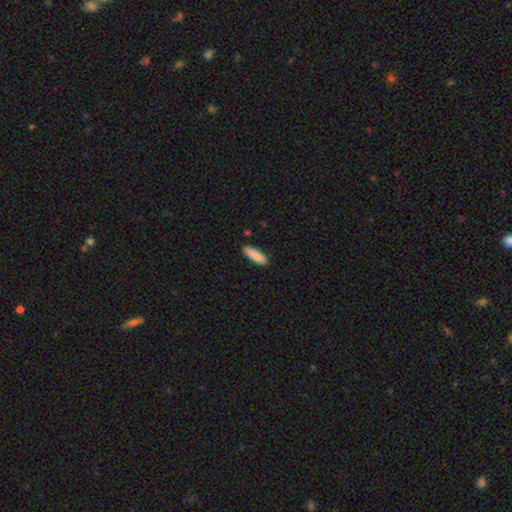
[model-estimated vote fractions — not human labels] Q: Smooth or featured?
A: smooth (88%); runner-up: featured or disk (7%)
Q: How rounded?
A: cigar-shaped (55%); runner-up: in between (43%)
Q: Merging?
A: none (86%); runner-up: minor disturbance (11%)